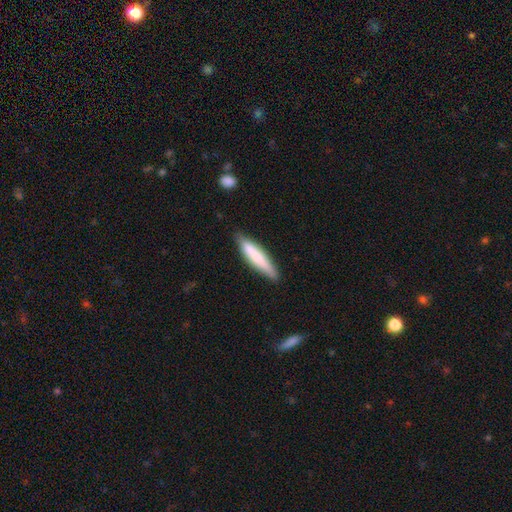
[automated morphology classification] Smooth or featured? smooth (74%)
How rounded? cigar-shaped (86%)
Merging? none (83%)